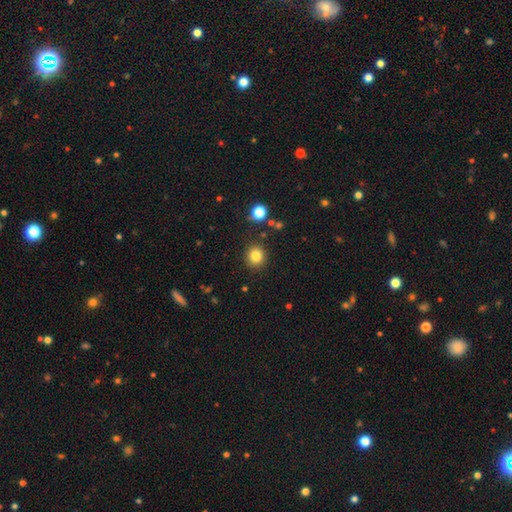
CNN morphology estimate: The model was most divided on "smooth or featured": smooth: 82%, star or artifact: 12%, featured or disk: 6%. More confident: how rounded — round (88%); merging — none (88%).